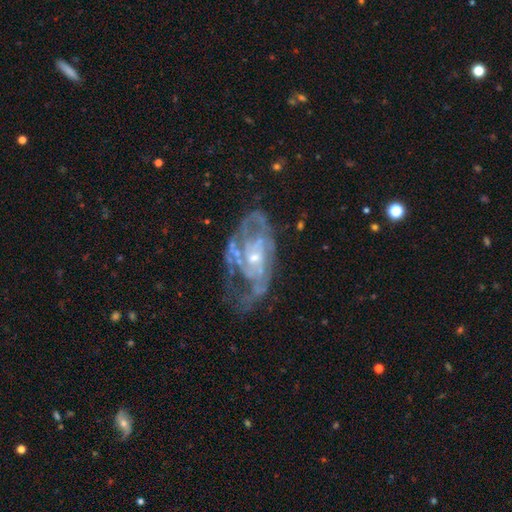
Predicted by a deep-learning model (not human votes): A featured or disk galaxy (81%) with no bar (67%), tight (45%) spiral arms (76%) and a small central bulge (60%).

Vote fractions:
- Smooth or featured? featured or disk: 81% / smooth: 11% / star or artifact: 9%
- Edge-on disk? no: 95% / yes: 5%
- Bar? no: 67% / weak: 27% / strong: 6%
- Spiral arms? yes: 76% / no: 24%
- Spiral winding? tight: 45% / medium: 39% / loose: 16%
- Spiral arm count? can't tell: 45% / 2: 29% / 3: 12% / 1: 6% / 4: 5% / more than 4: 4%
- Bulge size? small: 60% / moderate: 33% / none: 4% / large: 2% / dominant: 1%
- Merging? none: 45% / major disturbance: 28% / minor disturbance: 23% / merger: 4%